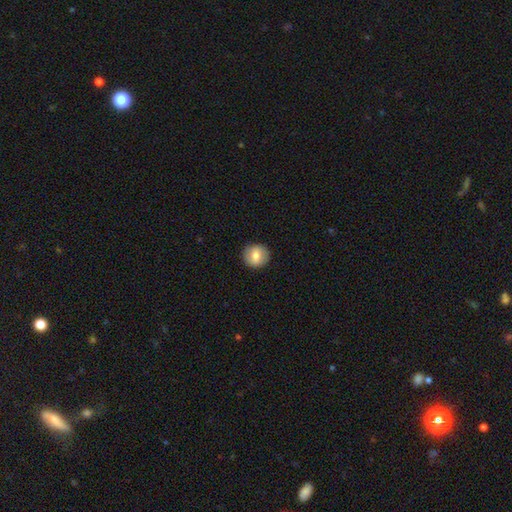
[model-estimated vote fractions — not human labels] Smooth or featured: smooth — 75% (featured or disk — 18%)
How rounded: round — 90% (in between — 9%)
Merging: none — 90% (minor disturbance — 7%)